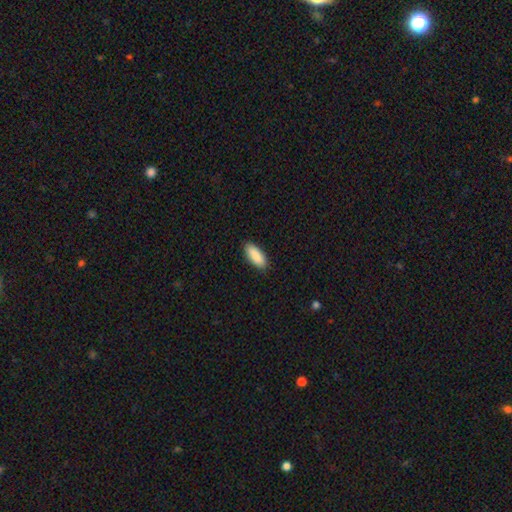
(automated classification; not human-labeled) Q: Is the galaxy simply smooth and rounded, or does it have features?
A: smooth — 90%.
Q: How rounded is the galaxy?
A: in between — 80%.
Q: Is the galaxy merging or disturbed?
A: none — 89%.